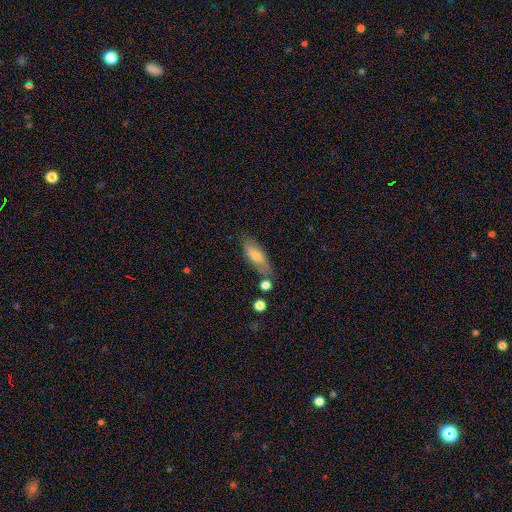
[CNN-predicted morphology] smooth 61%, featured or disk 31%, star or artifact 8%. Down the decision tree: how rounded — in between (63%); merging — none (70%).